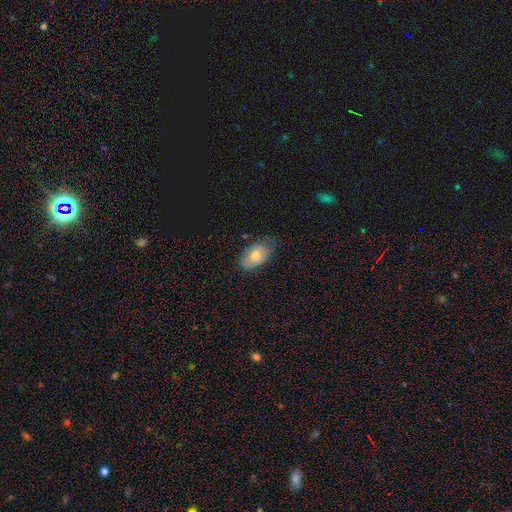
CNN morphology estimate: Smooth or featured: smooth — 68% (featured or disk — 25%)
How rounded: in between — 88% (round — 10%)
Merging: none — 56% (minor disturbance — 33%)